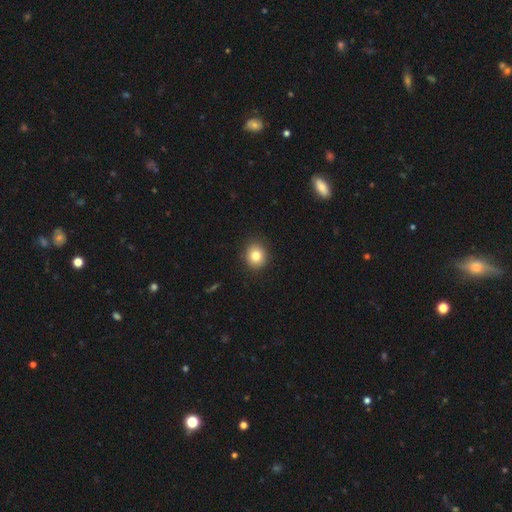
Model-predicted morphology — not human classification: Overall: smooth (82%). How rounded: round (78%). Merging: none (89%).